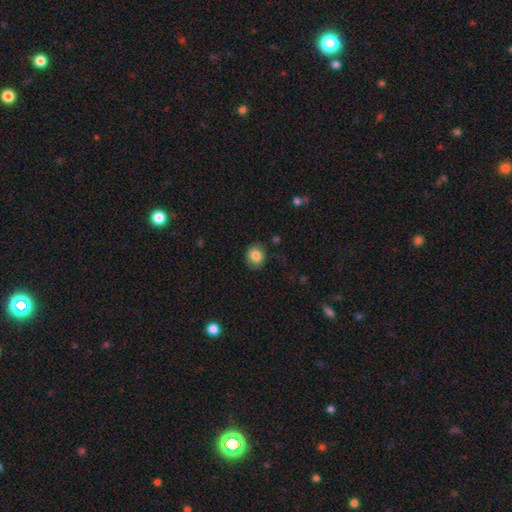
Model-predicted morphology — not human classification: This appears to be a smooth galaxy with no disk features (84%) that is round (69%). Merging: none (83%).